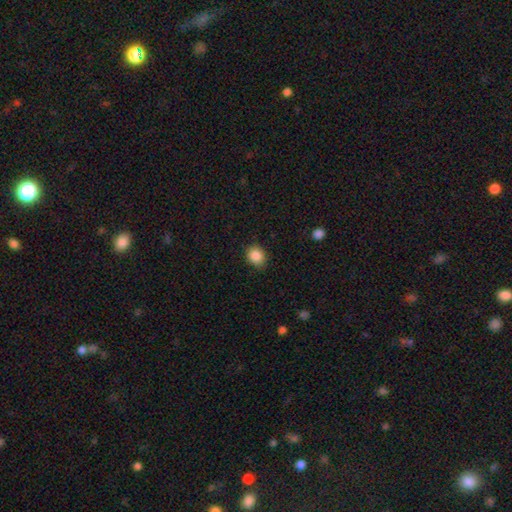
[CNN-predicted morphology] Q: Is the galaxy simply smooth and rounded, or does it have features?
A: smooth — 87%.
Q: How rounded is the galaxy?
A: round — 66%.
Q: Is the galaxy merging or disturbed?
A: none — 86%.